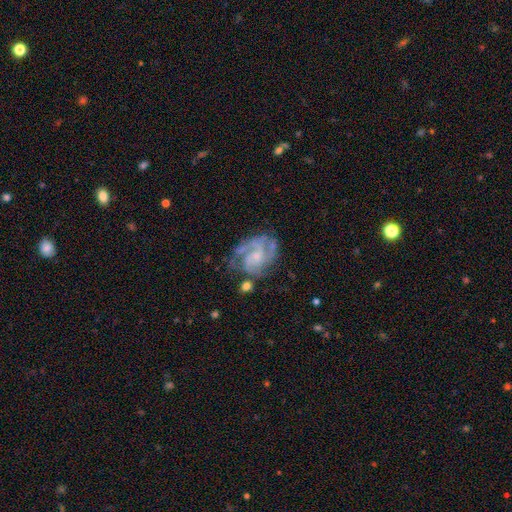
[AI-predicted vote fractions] Overall: featured or disk (85%). Edge-on disk: no (98%). Bar: no (61%; weak 33%). Spiral arms: yes (96%). Spiral arm count: 2 (36%; 3 33%). Spiral winding: tight (46%; medium 44%). Bulge size: small (53%; moderate 25%). Merging: none (59%; minor disturbance 22%).